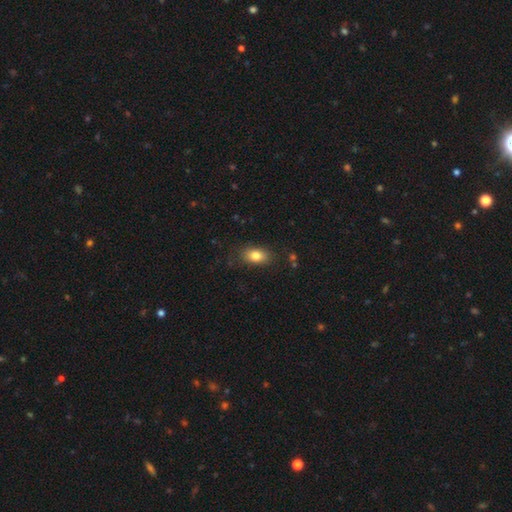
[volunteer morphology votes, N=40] smooth_or_featured: smooth (p=0.78) [alt: star or artifact p=0.12]
how_rounded: in between (p=0.84) [alt: round p=0.10]
merging: none (p=0.89) [alt: minor disturbance p=0.11]